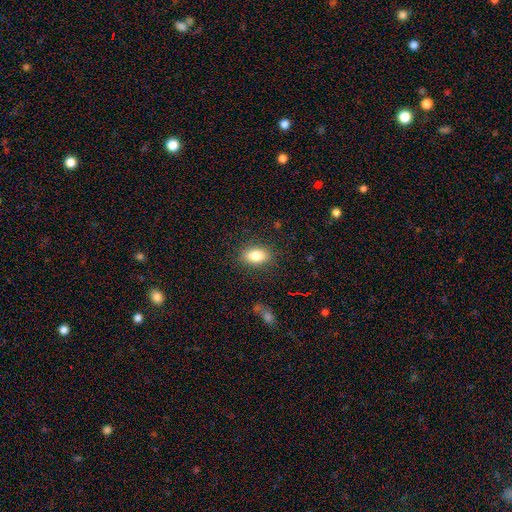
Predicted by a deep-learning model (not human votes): The model was most divided on "smooth or featured": smooth: 83%, featured or disk: 9%, star or artifact: 8%. More confident: how rounded — in between (86%); merging — none (86%).